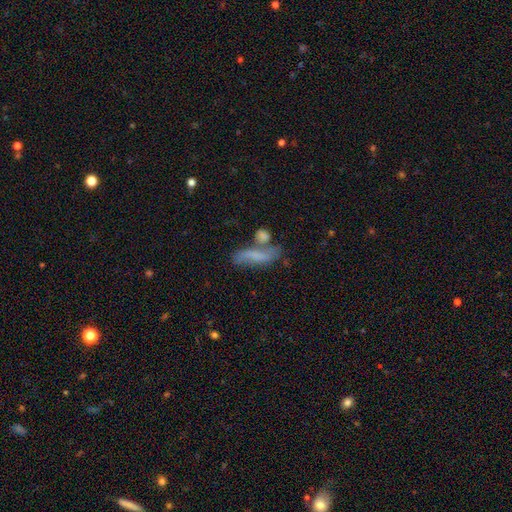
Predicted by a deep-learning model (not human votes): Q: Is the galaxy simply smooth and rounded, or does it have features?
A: smooth — 55%.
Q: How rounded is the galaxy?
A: cigar-shaped — 56%.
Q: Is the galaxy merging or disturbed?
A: none — 42%.